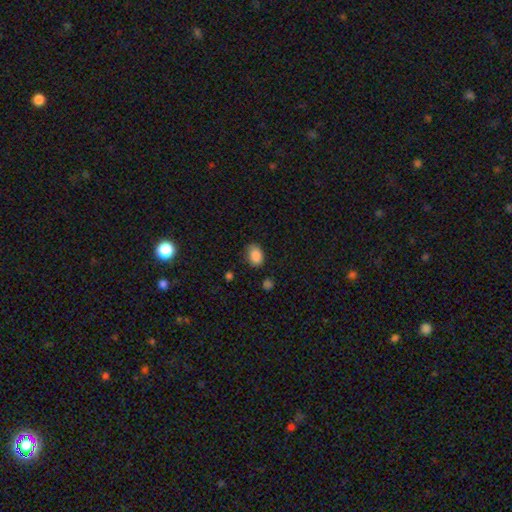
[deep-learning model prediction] Smooth or featured? smooth (88%)
How rounded? in between (82%)
Merging? none (79%)